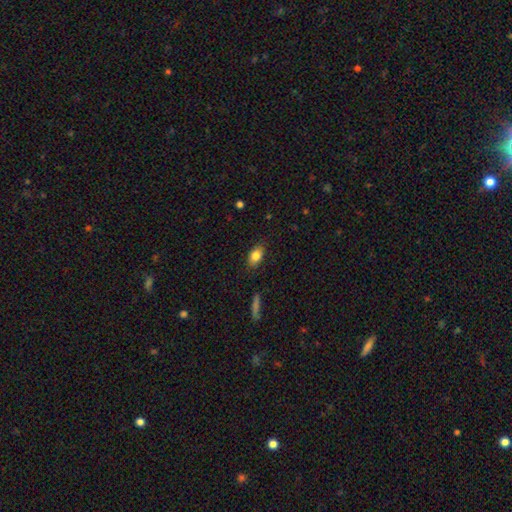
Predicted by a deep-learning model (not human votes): Q: Smooth or featured?
A: smooth (82%); runner-up: featured or disk (9%)
Q: How rounded?
A: in between (85%); runner-up: round (11%)
Q: Merging?
A: none (84%); runner-up: minor disturbance (12%)